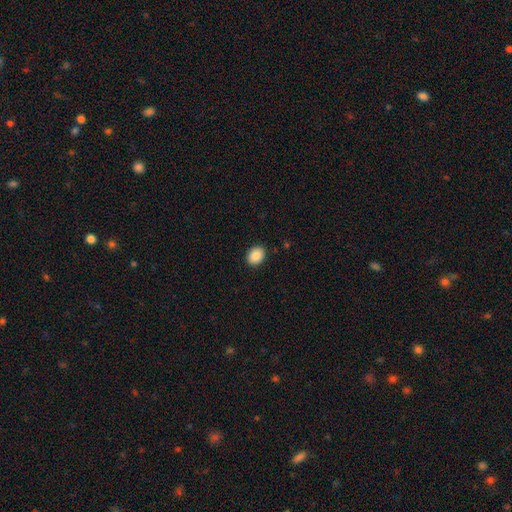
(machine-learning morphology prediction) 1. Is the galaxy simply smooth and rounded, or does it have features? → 87% smooth, 8% star or artifact, 5% featured or disk.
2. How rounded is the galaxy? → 51% round, 48% in between, 1% cigar-shaped.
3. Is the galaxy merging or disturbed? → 91% none, 6% minor disturbance, 2% major disturbance, 1% merger.